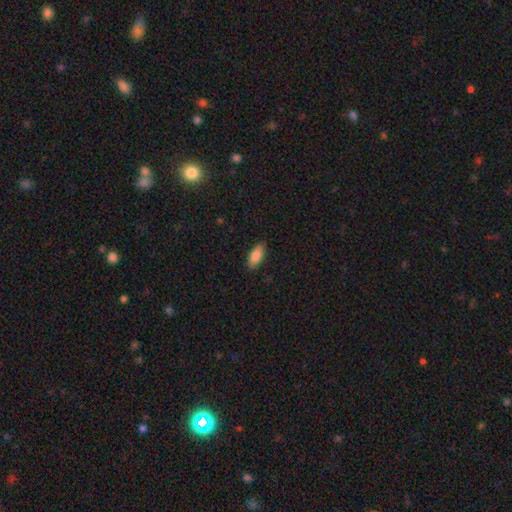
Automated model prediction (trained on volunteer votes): smooth 86%, featured or disk 7%, star or artifact 6%. Down the decision tree: how rounded — in between (85%); merging — none (88%).